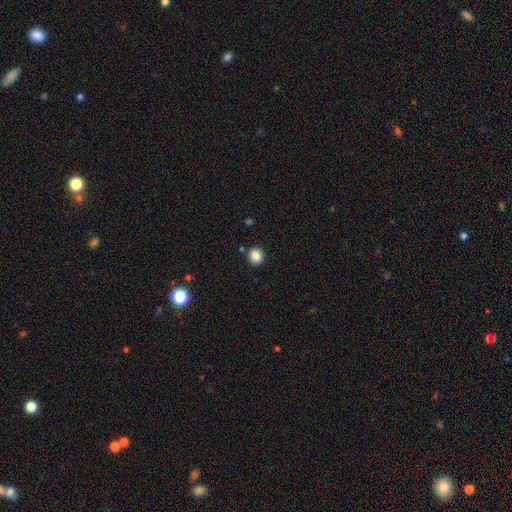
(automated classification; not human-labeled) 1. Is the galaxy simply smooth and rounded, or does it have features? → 85% smooth, 10% star or artifact, 4% featured or disk.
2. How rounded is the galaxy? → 79% round, 20% in between, 1% cigar-shaped.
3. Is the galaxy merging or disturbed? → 87% none, 8% minor disturbance, 3% merger, 2% major disturbance.